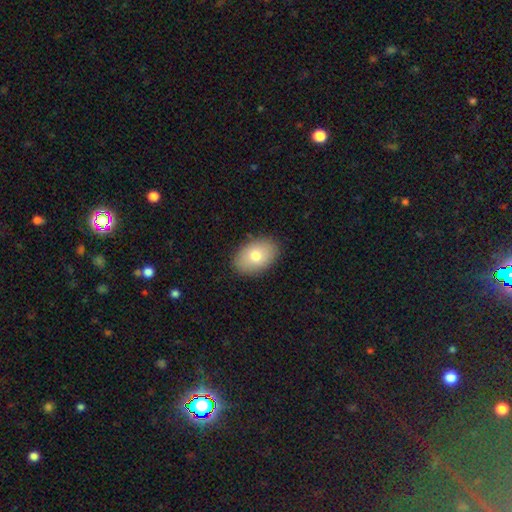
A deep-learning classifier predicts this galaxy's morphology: type=smooth (77%); roundness=in between (86%); merging=none (88%).